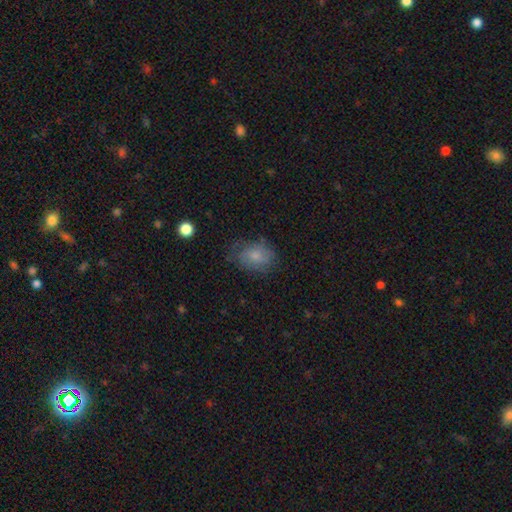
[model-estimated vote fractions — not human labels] A smooth galaxy with no disk features (68%) that is in between round and cigar-shaped (68%). Merging: none (62%).